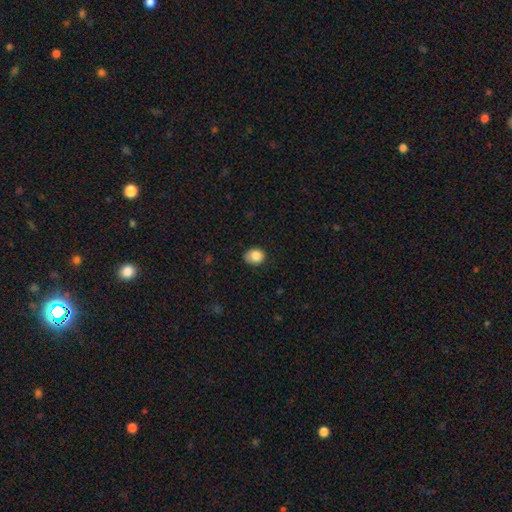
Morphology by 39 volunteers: This appears to be a smooth galaxy with no disk features (87%) that is round (62%). Merging: none (54%).